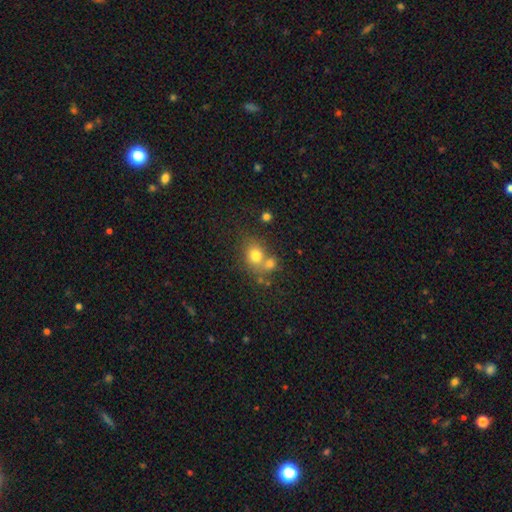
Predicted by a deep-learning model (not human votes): Q: Smooth or featured?
A: smooth (75%); runner-up: star or artifact (13%)
Q: How rounded?
A: round (68%); runner-up: in between (31%)
Q: Merging?
A: none (46%); runner-up: merger (40%)